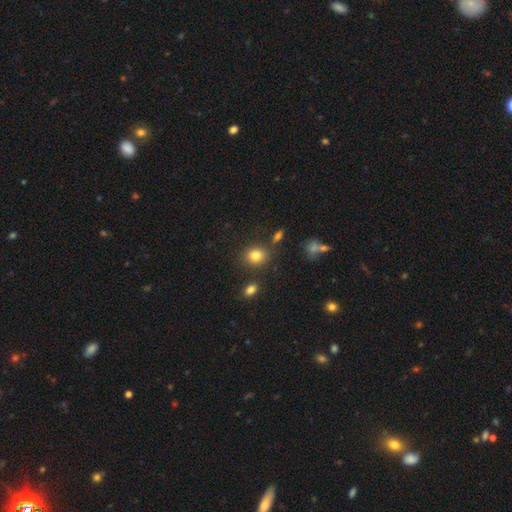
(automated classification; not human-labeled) Overall: smooth (82%). How rounded: round (70%). Merging: none (80%).